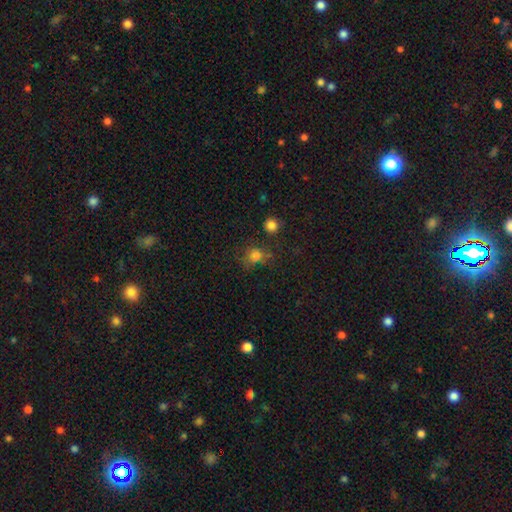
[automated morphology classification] Smooth or featured: smooth — 74% (star or artifact — 17%)
How rounded: round — 80% (in between — 19%)
Merging: none — 63% (minor disturbance — 18%)